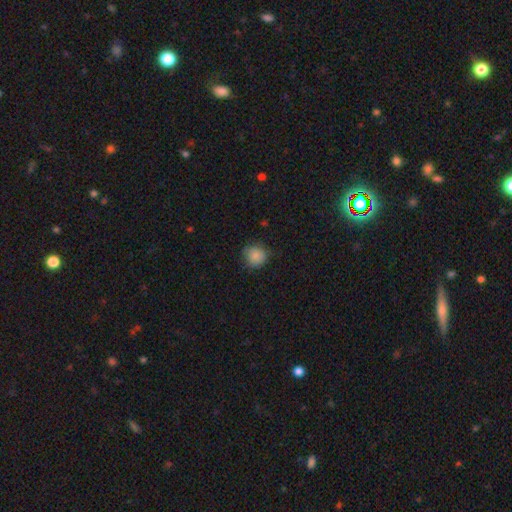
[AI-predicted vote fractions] Overall: smooth (87%). How rounded: round (90%). Merging: none (80%).